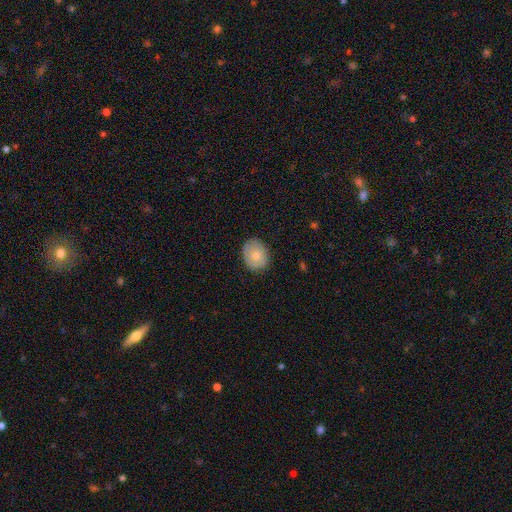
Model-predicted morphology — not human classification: The model was most divided on "how rounded": in between: 50%, round: 49%, cigar-shaped: 1%. More confident: merging — none (82%); smooth or featured — smooth (78%).